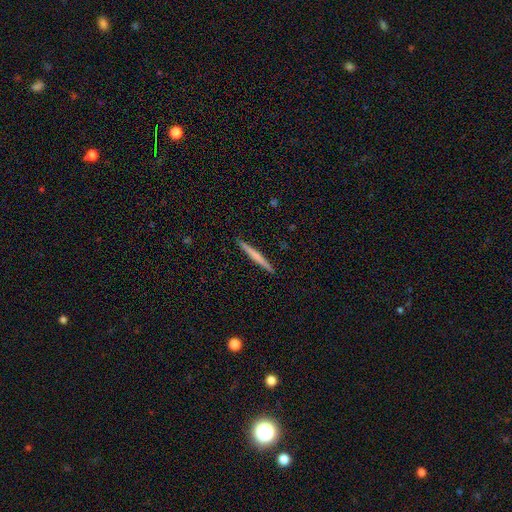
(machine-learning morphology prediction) This appears to be a smooth galaxy with no disk features (55%) that is cigar-shaped (97%). Merging: none (92%).